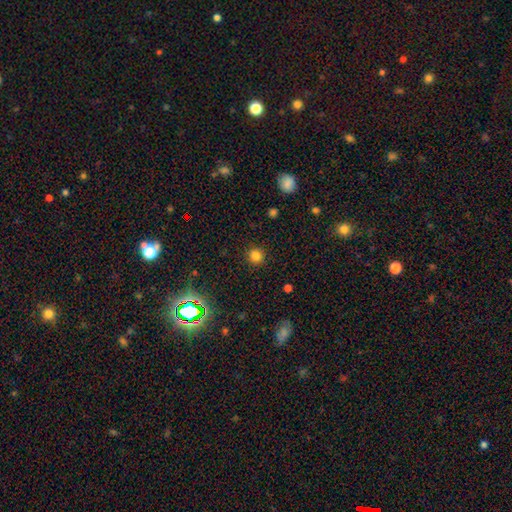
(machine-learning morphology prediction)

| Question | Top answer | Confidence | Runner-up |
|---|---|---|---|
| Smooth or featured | smooth | 81% | star or artifact (15%) |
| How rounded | round | 94% | in between (5%) |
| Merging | none | 91% | minor disturbance (5%) |